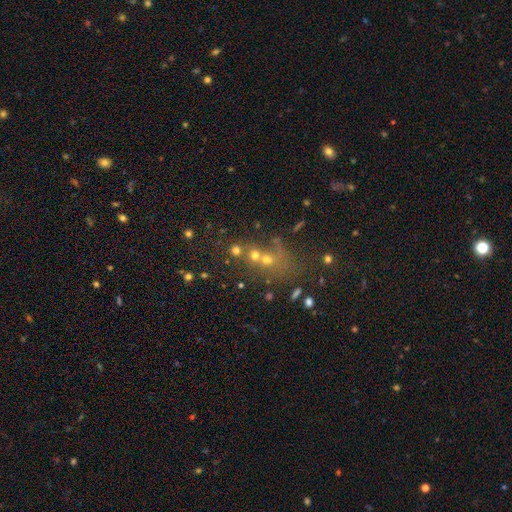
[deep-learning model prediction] Smooth or featured: smooth — 47% (star or artifact — 34%)
Merging: merger — 43% (none — 40%)